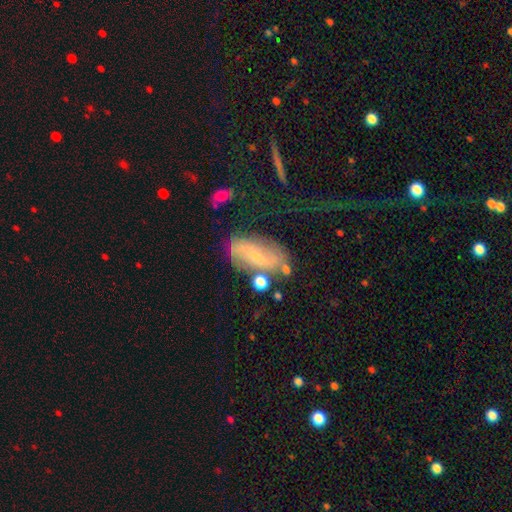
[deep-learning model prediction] Smooth or featured: featured or disk — 64% (smooth — 26%)
Edge-on disk: no — 91% (yes — 9%)
Bar: weak — 42% (strong — 36%)
Spiral arms: yes — 79% (no — 21%)
Bulge size: small — 65% (moderate — 20%)
Merging: none — 58% (minor disturbance — 21%)